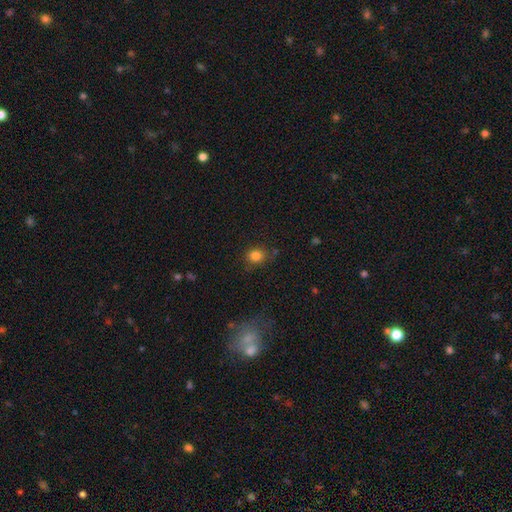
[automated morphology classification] The model was most divided on "how rounded": round: 73%, in between: 26%, cigar-shaped: 1%. More confident: smooth or featured — smooth (82%); merging — none (73%).